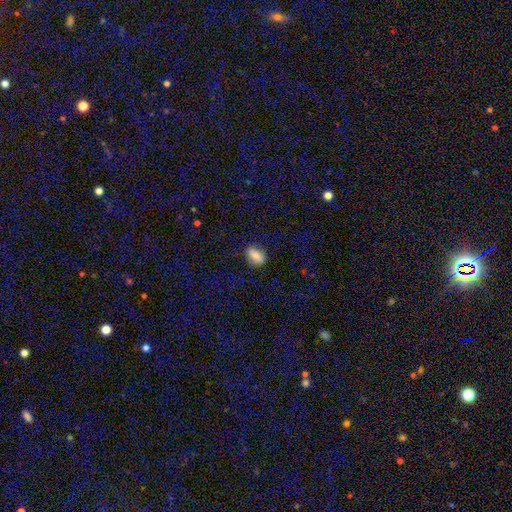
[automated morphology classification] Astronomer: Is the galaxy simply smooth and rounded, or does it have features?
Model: smooth — 77%.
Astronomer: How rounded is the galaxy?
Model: in between — 86%.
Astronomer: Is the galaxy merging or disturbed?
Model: none — 83%.